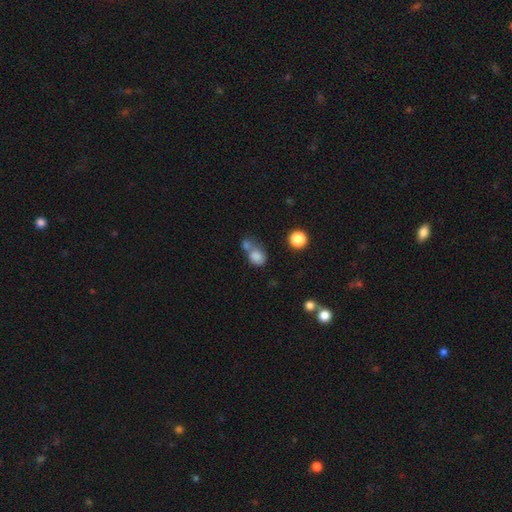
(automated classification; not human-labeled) Smooth or featured? Predicted: smooth (p=0.80). How rounded? Predicted: round (p=0.53). Merging? Predicted: merger (p=0.48).